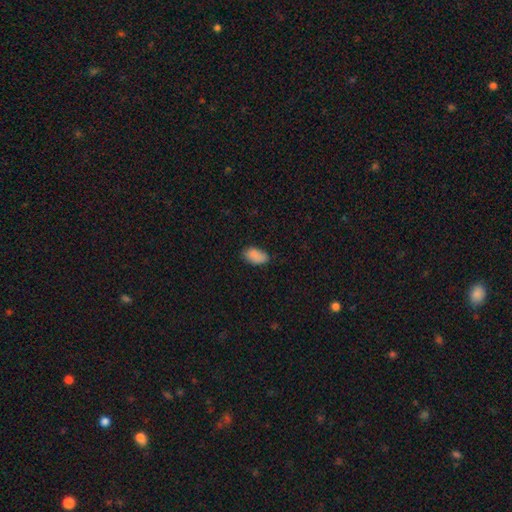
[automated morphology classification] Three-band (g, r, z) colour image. It shows a smooth galaxy with no disk features (88%) that is in between round and cigar-shaped (94%). Merging: none (75%).